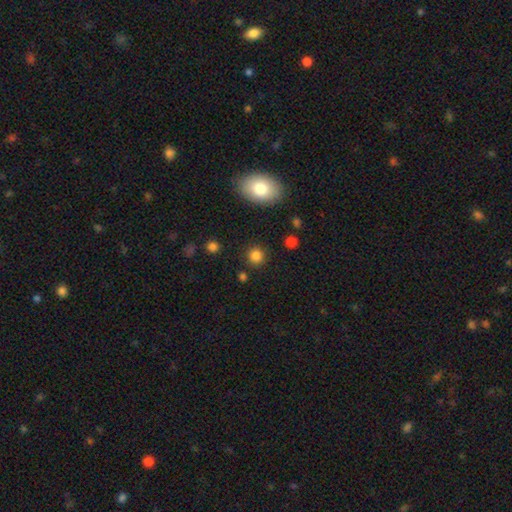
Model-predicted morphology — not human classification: smooth_or_featured: smooth (p=0.83) [alt: star or artifact p=0.12]
how_rounded: round (p=0.91) [alt: in between p=0.08]
merging: none (p=0.88) [alt: minor disturbance p=0.07]